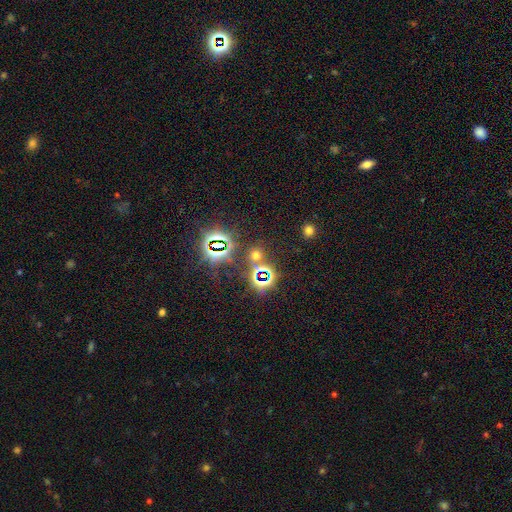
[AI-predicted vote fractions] Smooth or featured? star or artifact (58%)